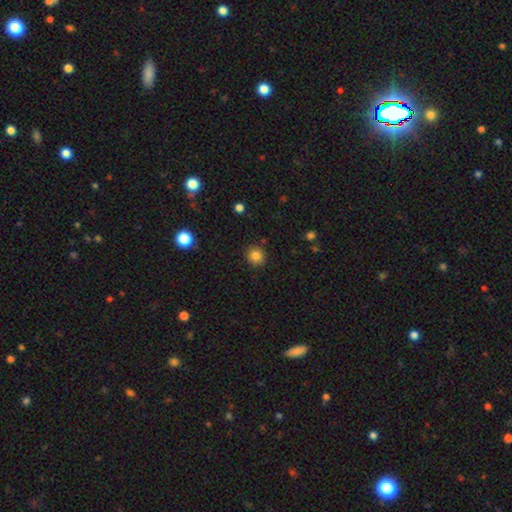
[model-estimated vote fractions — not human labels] A smooth galaxy with no disk features (83%) that is round (86%). Merging: none (89%).